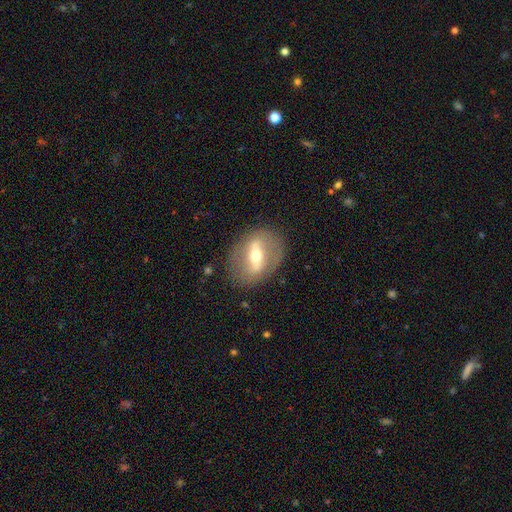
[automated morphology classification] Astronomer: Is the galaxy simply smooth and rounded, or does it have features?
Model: featured or disk — 69%.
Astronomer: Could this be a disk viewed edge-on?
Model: no — 80%.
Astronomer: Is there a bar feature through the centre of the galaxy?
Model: strong — 65%.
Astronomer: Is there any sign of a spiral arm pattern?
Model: no — 66%.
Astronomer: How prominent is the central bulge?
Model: moderate — 65%.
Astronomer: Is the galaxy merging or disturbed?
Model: none — 81%.